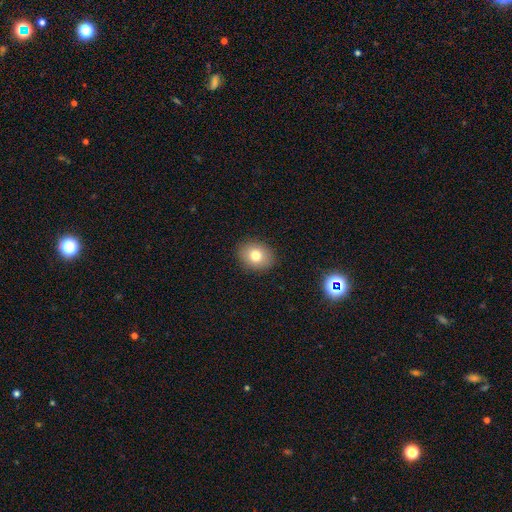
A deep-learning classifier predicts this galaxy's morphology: Smooth or featured? smooth (77%)
How rounded? round (54%)
Merging? none (90%)